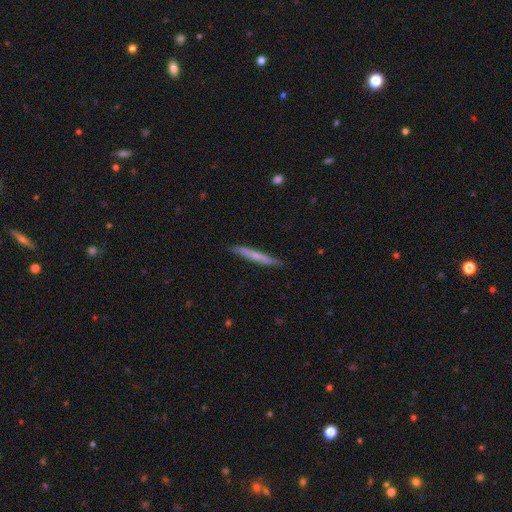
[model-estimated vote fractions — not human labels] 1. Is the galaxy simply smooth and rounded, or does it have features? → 62% smooth, 33% featured or disk, 5% star or artifact.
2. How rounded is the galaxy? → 96% cigar-shaped, 3% in between, 1% round.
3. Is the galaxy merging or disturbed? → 88% none, 9% minor disturbance, 1% major disturbance, 1% merger.